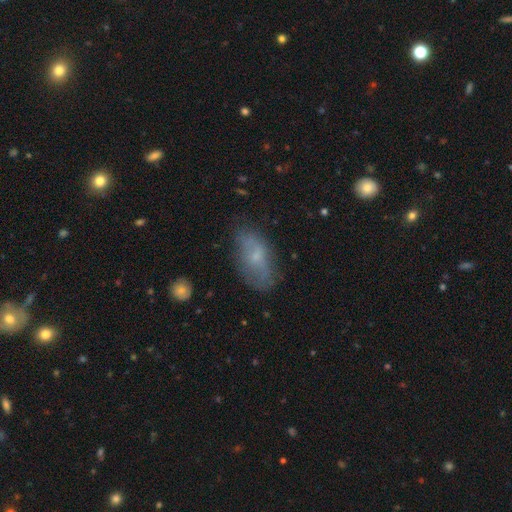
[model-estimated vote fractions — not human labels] A smooth galaxy with no disk features (57%) that is in between round and cigar-shaped (89%).

Vote fractions:
- Smooth or featured? smooth: 57% / featured or disk: 33% / star or artifact: 9%
- How rounded? in between: 89% / cigar-shaped: 7% / round: 4%
- Merging? none: 63% / minor disturbance: 25% / major disturbance: 10% / merger: 2%